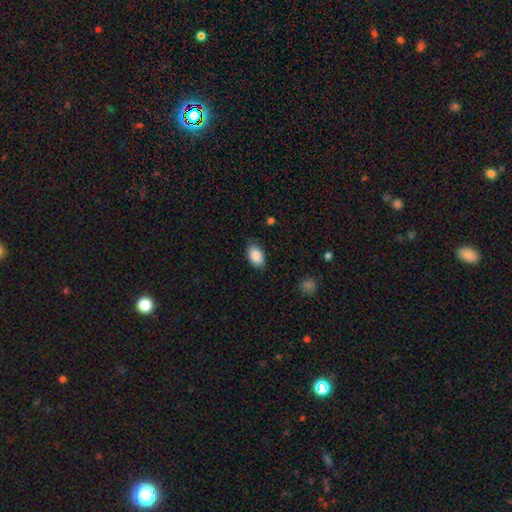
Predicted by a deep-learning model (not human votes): A smooth galaxy with no disk features (87%) that is in between round and cigar-shaped (92%). Merging: none (82%).